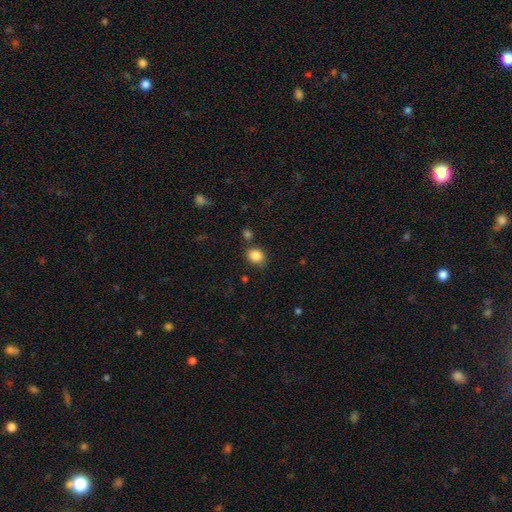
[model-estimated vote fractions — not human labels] This appears to be a smooth galaxy with no disk features (86%) that is round (59%). Merging: none (78%).